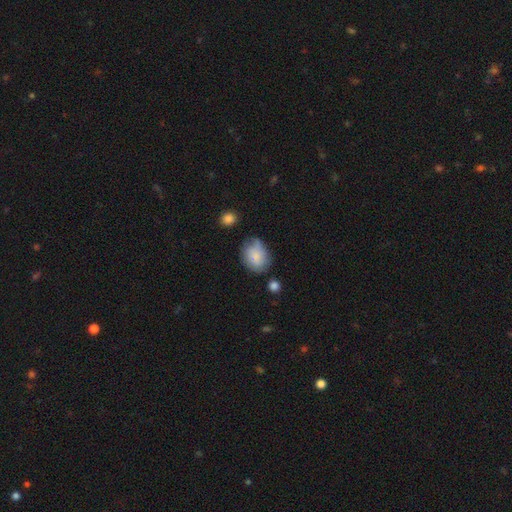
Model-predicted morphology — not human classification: smooth_or_featured: smooth (p=0.70) [alt: featured or disk p=0.22]
how_rounded: in between (p=0.57) [alt: round p=0.42]
merging: none (p=0.50) [alt: minor disturbance p=0.33]